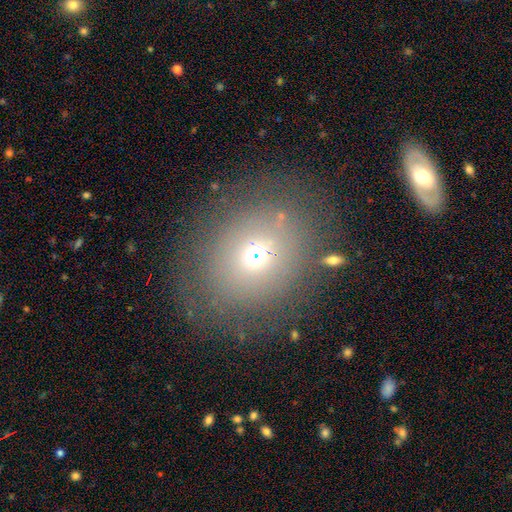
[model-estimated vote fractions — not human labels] A smooth galaxy with no disk features (62%) that is round (66%). Merging: none (69%).